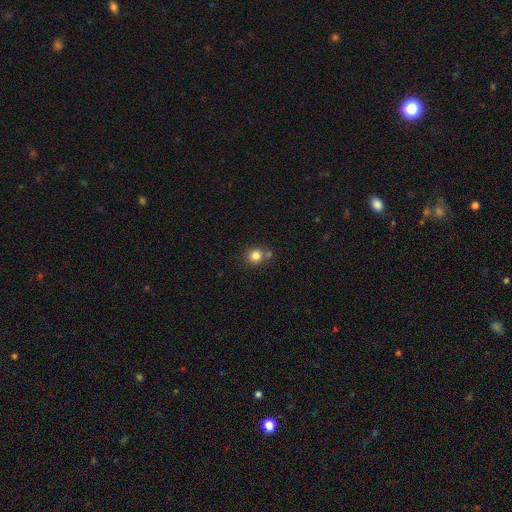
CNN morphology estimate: Overall: smooth (83%). How rounded: round (85%). Merging: none (68%).